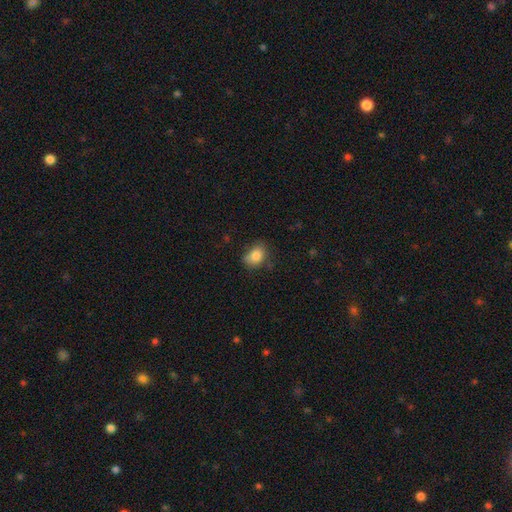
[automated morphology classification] Smooth or featured? Predicted: smooth (p=0.83). How rounded? Predicted: in between (p=0.65). Merging? Predicted: none (p=0.63).